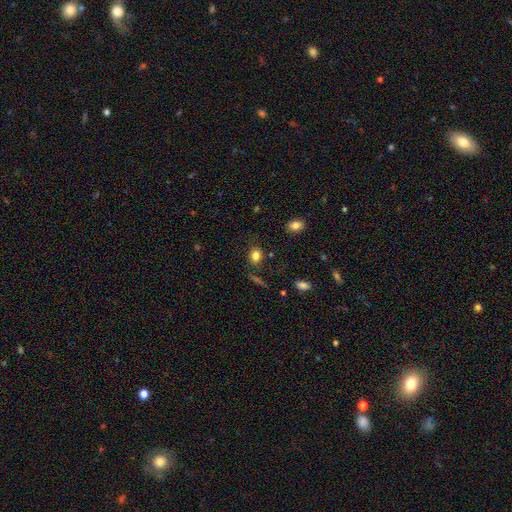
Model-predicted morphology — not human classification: This appears to be a smooth galaxy with no disk features (82%) that is round (49%, tied with in between). Merging: none (81%).